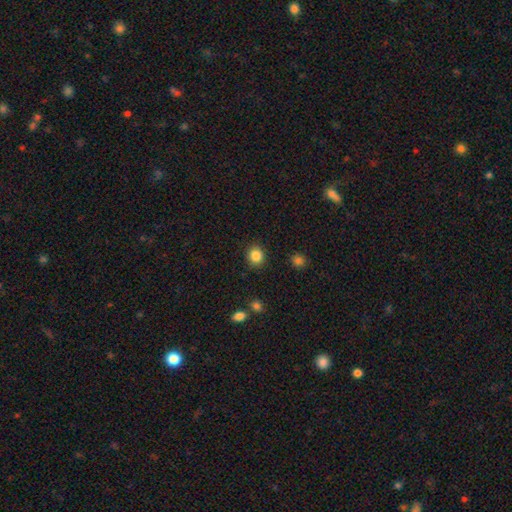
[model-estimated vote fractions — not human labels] smooth 86%, star or artifact 10%, featured or disk 4%. Down the decision tree: how rounded — round (83%); merging — none (89%).